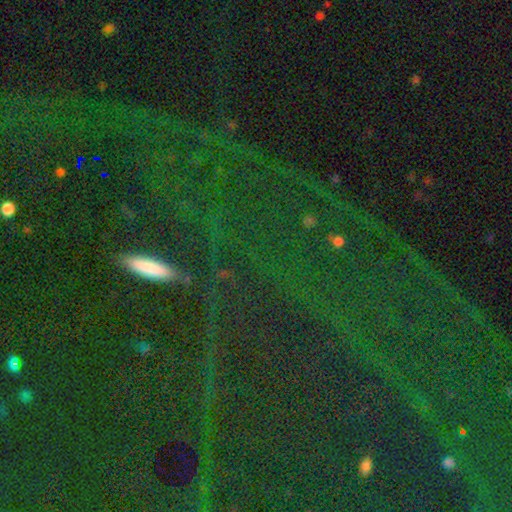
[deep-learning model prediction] smooth-or-featured: star or artifact: 72% | smooth: 15% | featured or disk: 13%